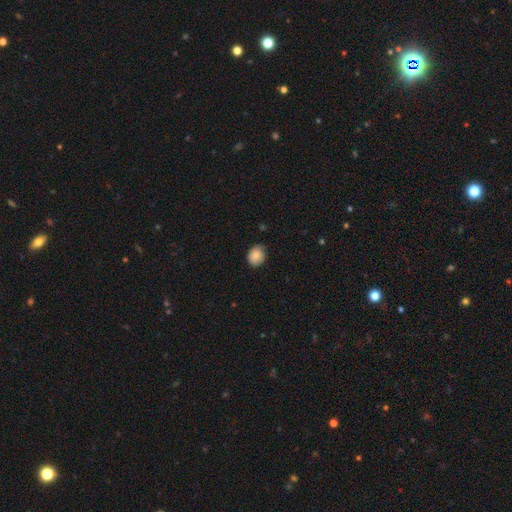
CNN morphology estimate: smooth 87%, star or artifact 7%, featured or disk 6%. Down the decision tree: how rounded — in between (52%); merging — none (80%).